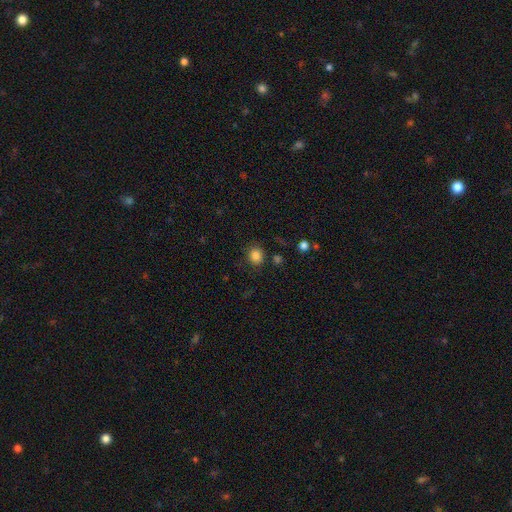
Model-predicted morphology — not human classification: Smooth or featured? Predicted: smooth (p=0.84). How rounded? Predicted: round (p=0.82). Merging? Predicted: none (p=0.83).